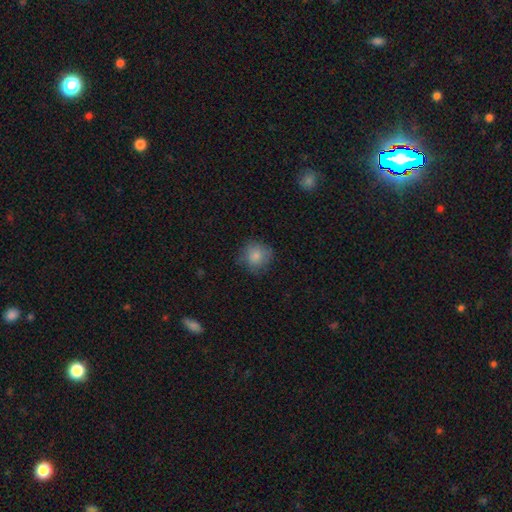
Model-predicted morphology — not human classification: Smooth or featured: smooth — 83% (star or artifact — 9%)
How rounded: round — 90% (in between — 9%)
Merging: none — 78% (minor disturbance — 17%)